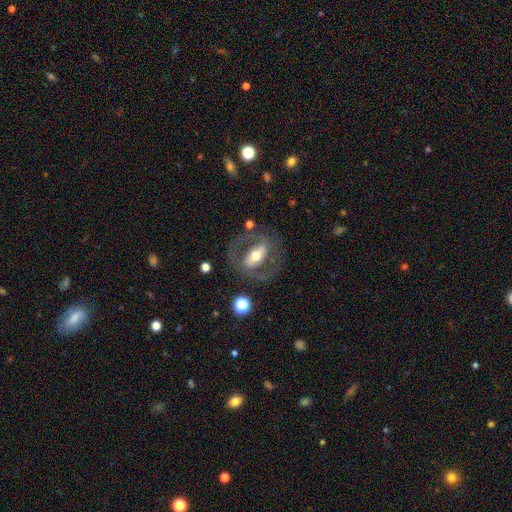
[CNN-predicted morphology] The model was most divided on "spiral arms": yes: 58%, no: 42%. Remaining: edge-on disk — no (92%); smooth or featured — featured or disk (73%); merging — none (70%); bulge size — moderate (67%); bar — strong (48%).